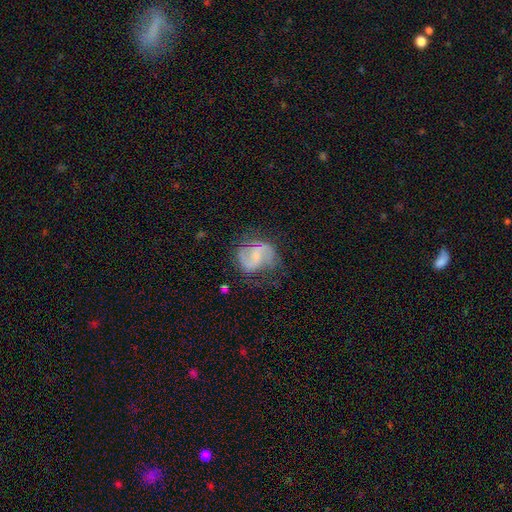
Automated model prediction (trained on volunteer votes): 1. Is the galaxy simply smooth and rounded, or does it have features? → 78% featured or disk, 15% smooth, 7% star or artifact.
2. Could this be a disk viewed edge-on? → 98% no, 2% yes.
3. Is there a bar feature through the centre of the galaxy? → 52% weak, 34% no, 14% strong.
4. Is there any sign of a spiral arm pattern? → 92% yes, 8% no.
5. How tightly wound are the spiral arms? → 51% medium, 29% loose, 20% tight.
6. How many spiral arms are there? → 84% 2, 8% can't tell, 3% 1, 3% 3, 1% 4, 1% more than 4.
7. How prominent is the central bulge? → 55% small, 24% moderate, 18% none, 2% large, 1% dominant.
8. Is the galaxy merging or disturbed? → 61% none, 23% minor disturbance, 14% major disturbance, 2% merger.